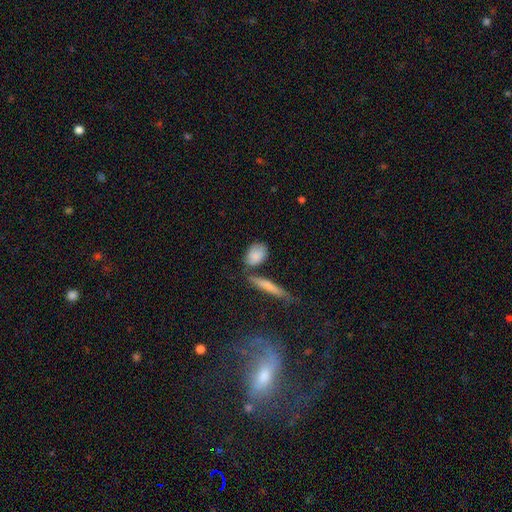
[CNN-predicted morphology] Smooth or featured?
  - smooth: 81% *
  - featured or disk: 13%
  - star or artifact: 6%
How rounded?
  - in between: 72% *
  - round: 17%
  - cigar-shaped: 11%
Merging?
  - none: 57% *
  - minor disturbance: 21%
  - merger: 15%
  - major disturbance: 7%